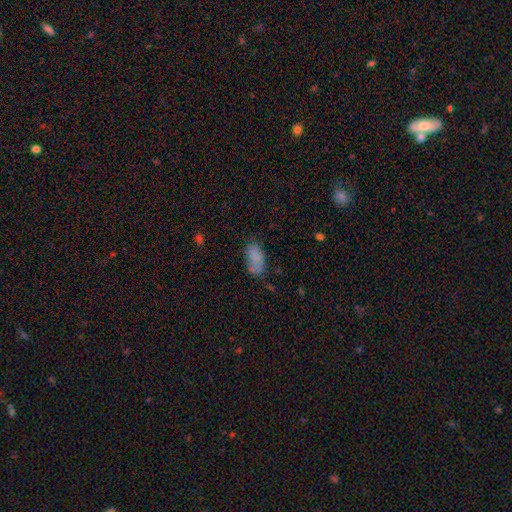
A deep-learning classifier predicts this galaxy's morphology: type=smooth (79%); roundness=in between (92%); merging=none (56%).